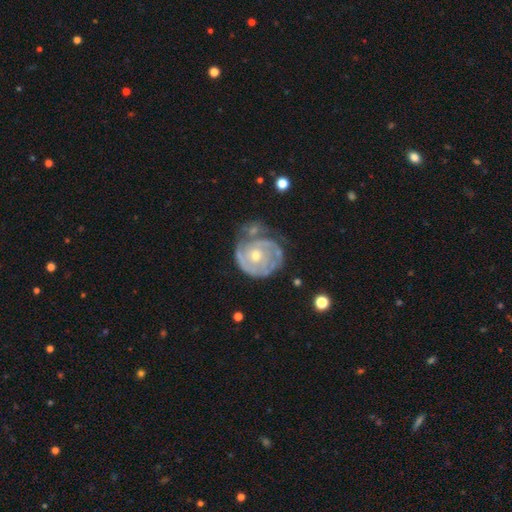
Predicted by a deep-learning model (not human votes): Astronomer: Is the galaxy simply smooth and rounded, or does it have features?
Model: featured or disk — 84%.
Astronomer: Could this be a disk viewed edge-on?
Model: no — 98%.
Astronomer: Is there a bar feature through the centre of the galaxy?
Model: no — 77%.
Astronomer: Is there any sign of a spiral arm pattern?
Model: yes — 91%.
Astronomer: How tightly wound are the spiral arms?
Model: tight — 74%.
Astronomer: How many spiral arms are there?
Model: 2 — 33% (runner-up: can't tell, 32%).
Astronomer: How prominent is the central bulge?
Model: moderate — 49% (runner-up: small, 47%).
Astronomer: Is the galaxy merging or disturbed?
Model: none — 52%.